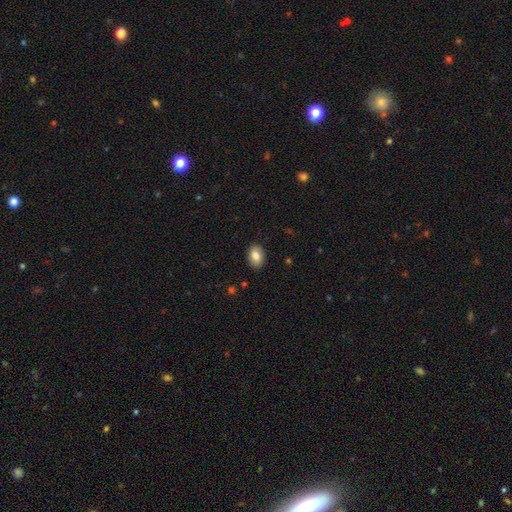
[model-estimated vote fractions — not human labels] smooth 84%, featured or disk 9%, star or artifact 7%. Down the decision tree: how rounded — in between (84%); merging — none (88%).